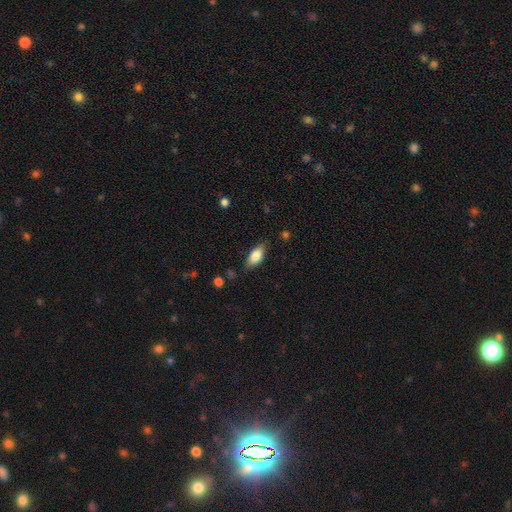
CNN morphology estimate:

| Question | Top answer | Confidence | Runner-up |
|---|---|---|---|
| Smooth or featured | smooth | 79% | featured or disk (14%) |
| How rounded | in between | 87% | cigar-shaped (9%) |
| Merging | none | 80% | minor disturbance (15%) |